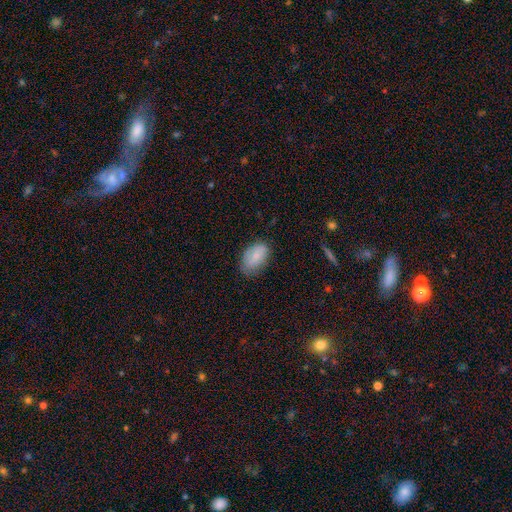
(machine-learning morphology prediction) type=smooth (80%); roundness=in between (92%); merging=none (69%).